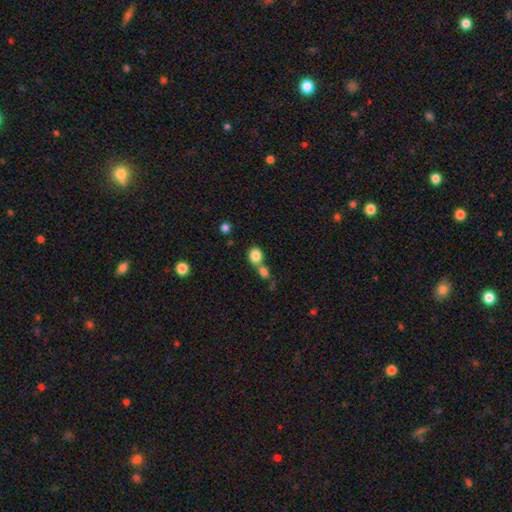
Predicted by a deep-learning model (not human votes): Smooth or featured? Predicted: smooth (p=0.84). How rounded? Predicted: round (p=0.74). Merging? Predicted: none (p=0.45).